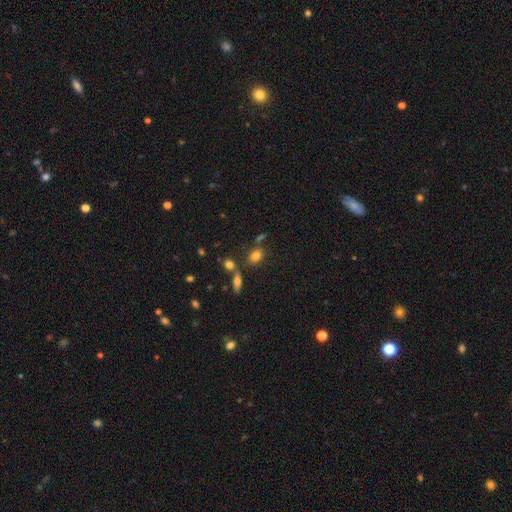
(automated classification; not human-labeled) Smooth or featured? Predicted: smooth (p=0.77). How rounded? Predicted: in between (p=0.69). Merging? Predicted: none (p=0.67).